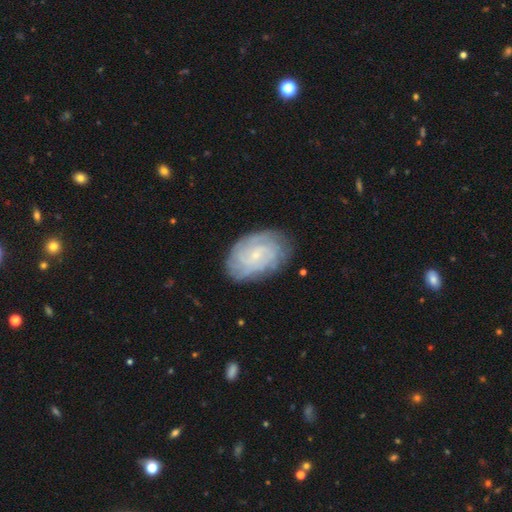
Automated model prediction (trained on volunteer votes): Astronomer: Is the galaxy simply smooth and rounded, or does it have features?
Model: featured or disk — 74%.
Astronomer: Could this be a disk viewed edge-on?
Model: no — 96%.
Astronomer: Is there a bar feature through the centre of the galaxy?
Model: no — 60%.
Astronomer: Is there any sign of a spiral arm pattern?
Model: yes — 92%.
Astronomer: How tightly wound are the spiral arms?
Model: tight — 68%.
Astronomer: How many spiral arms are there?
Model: can't tell — 45%.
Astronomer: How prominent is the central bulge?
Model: small — 77%.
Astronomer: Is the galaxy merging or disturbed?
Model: none — 78%.